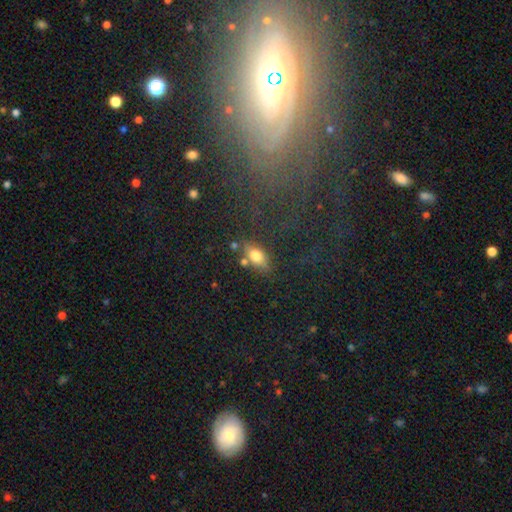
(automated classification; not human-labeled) Q: Smooth or featured?
A: smooth (75%); runner-up: featured or disk (14%)
Q: How rounded?
A: in between (79%); runner-up: round (11%)
Q: Merging?
A: none (68%); runner-up: minor disturbance (16%)